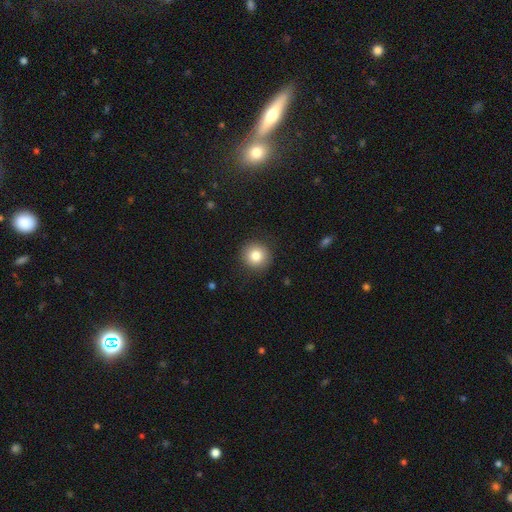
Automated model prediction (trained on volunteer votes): smooth 82%, star or artifact 10%, featured or disk 8%. Down the decision tree: how rounded — round (94%); merging — none (91%).